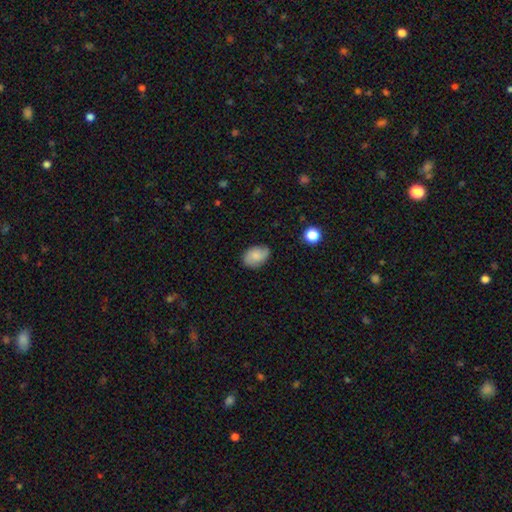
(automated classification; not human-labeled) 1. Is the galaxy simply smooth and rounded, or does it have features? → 73% smooth, 18% featured or disk, 8% star or artifact.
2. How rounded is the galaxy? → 82% in between, 17% round, 1% cigar-shaped.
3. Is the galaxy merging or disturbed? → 75% none, 20% minor disturbance, 4% major disturbance, 1% merger.